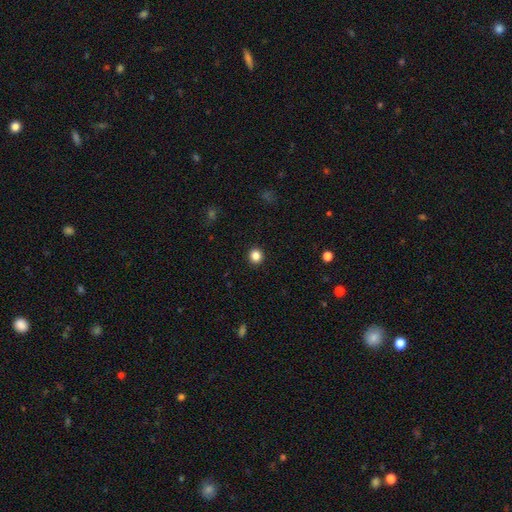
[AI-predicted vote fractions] smooth_or_featured: smooth (p=0.85) [alt: star or artifact p=0.12]
how_rounded: round (p=0.92) [alt: in between p=0.07]
merging: none (p=0.93) [alt: minor disturbance p=0.04]